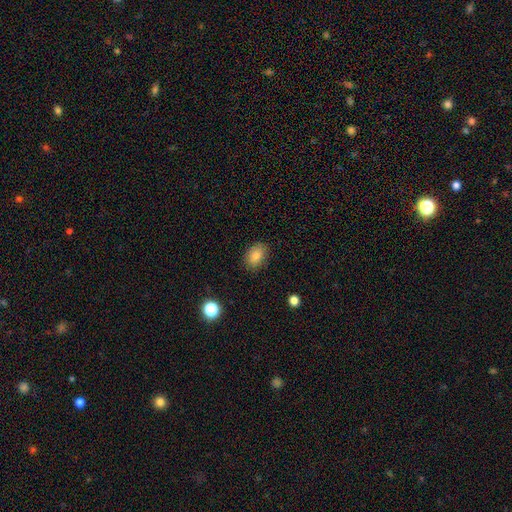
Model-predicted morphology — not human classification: Smooth or featured?
  - smooth: 83% *
  - star or artifact: 9%
  - featured or disk: 8%
How rounded?
  - in between: 81% *
  - round: 18%
  - cigar-shaped: 1%
Merging?
  - none: 84% *
  - minor disturbance: 12%
  - major disturbance: 3%
  - merger: 1%